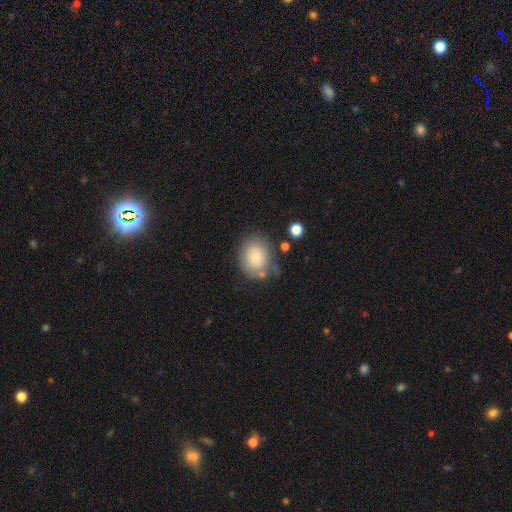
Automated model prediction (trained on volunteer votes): Smooth or featured?
  - smooth: 80% *
  - featured or disk: 12%
  - star or artifact: 8%
How rounded?
  - round: 61% *
  - in between: 38%
  - cigar-shaped: 1%
Merging?
  - none: 66% *
  - minor disturbance: 20%
  - merger: 7%
  - major disturbance: 7%